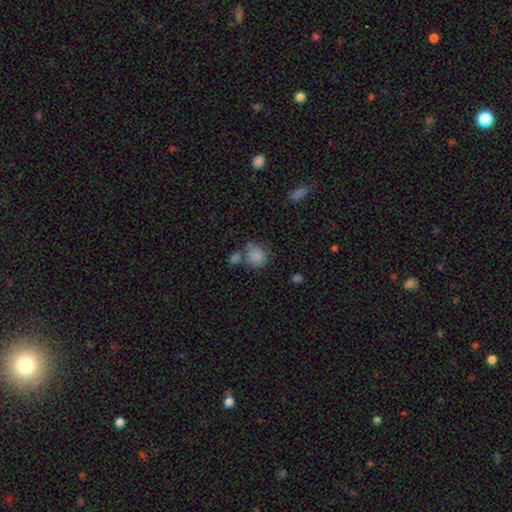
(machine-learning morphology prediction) A smooth galaxy with no disk features (85%) that is round (83%). Merging: none (55%).